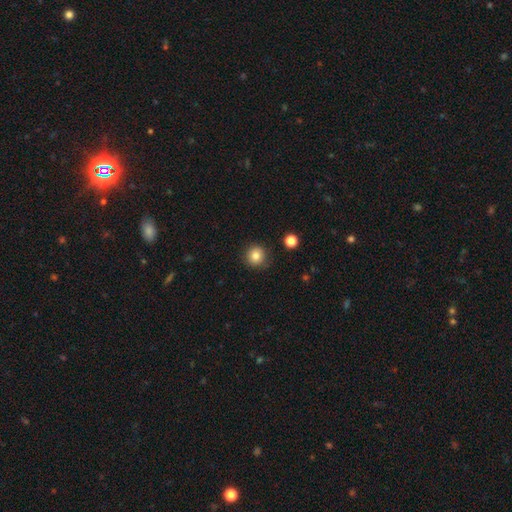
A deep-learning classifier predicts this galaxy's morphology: This appears to be a smooth galaxy with no disk features (82%) that is round (94%). Merging: none (88%).